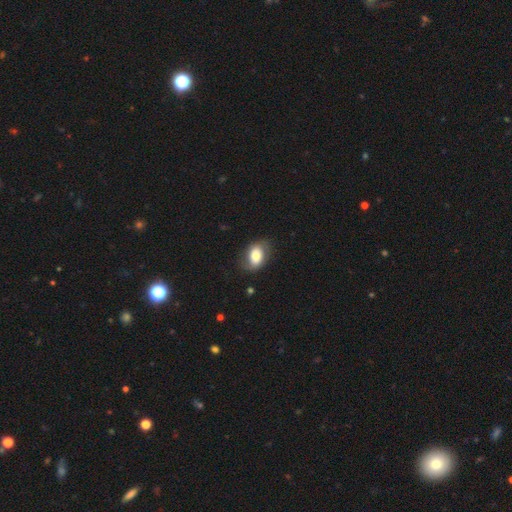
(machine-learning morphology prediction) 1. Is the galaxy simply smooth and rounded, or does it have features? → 70% smooth, 23% featured or disk, 7% star or artifact.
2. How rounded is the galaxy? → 82% in between, 16% round, 1% cigar-shaped.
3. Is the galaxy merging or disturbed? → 69% none, 22% minor disturbance, 8% major disturbance, 1% merger.